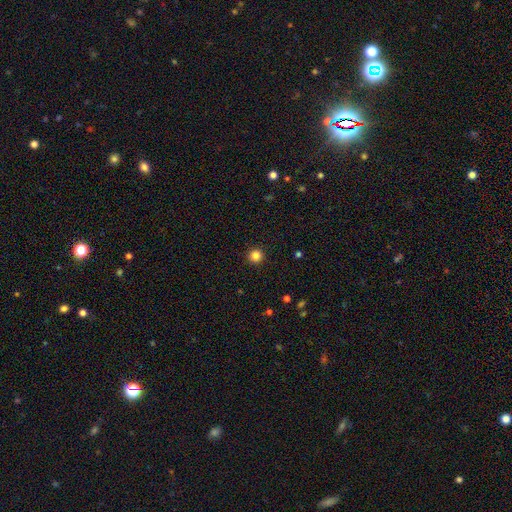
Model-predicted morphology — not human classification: Overall: smooth (84%). How rounded: round (96%). Merging: none (93%).